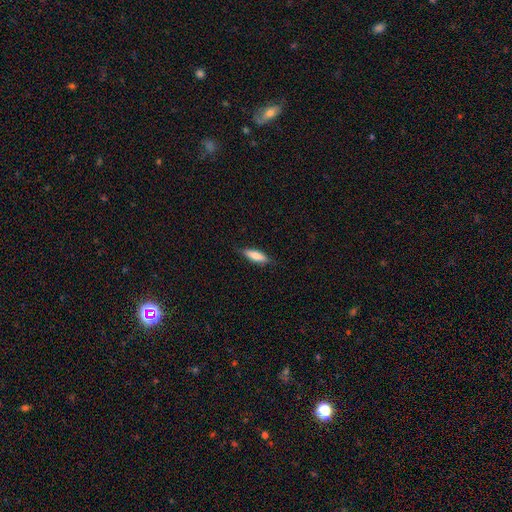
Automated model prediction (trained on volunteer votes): Smooth or featured?
  - smooth: 74% *
  - featured or disk: 20%
  - star or artifact: 6%
How rounded?
  - cigar-shaped: 51% *
  - in between: 47%
  - round: 2%
Merging?
  - none: 83% *
  - minor disturbance: 14%
  - major disturbance: 2%
  - merger: 1%